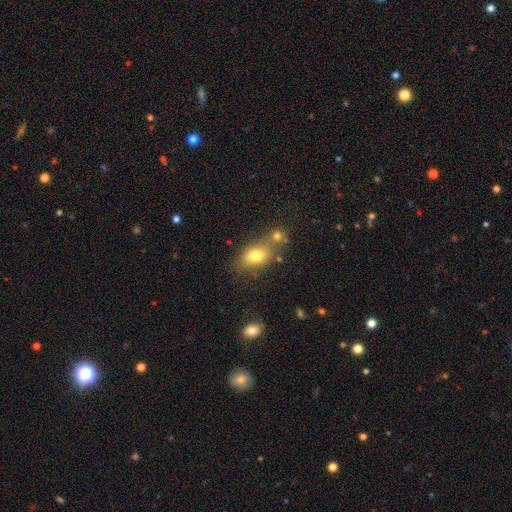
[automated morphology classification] smooth 76%, featured or disk 13%, star or artifact 11%. Down the decision tree: how rounded — in between (80%); merging — none (50%).